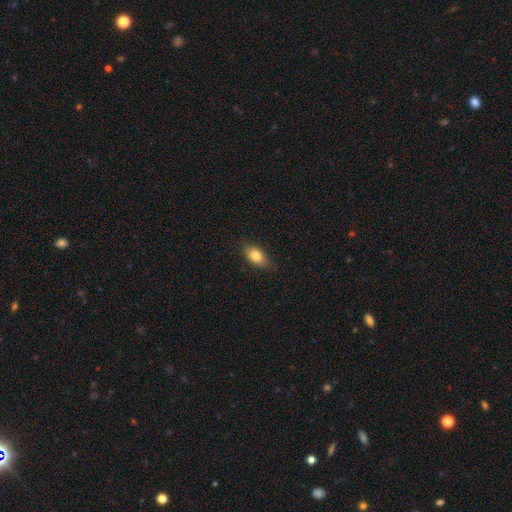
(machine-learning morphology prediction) smooth-or-featured: smooth: 79% | featured or disk: 13% | star or artifact: 8%
  how-rounded: in between: 85% | round: 9% | cigar-shaped: 5%
  merging: none: 78% | minor disturbance: 18% | major disturbance: 3% | merger: 1%